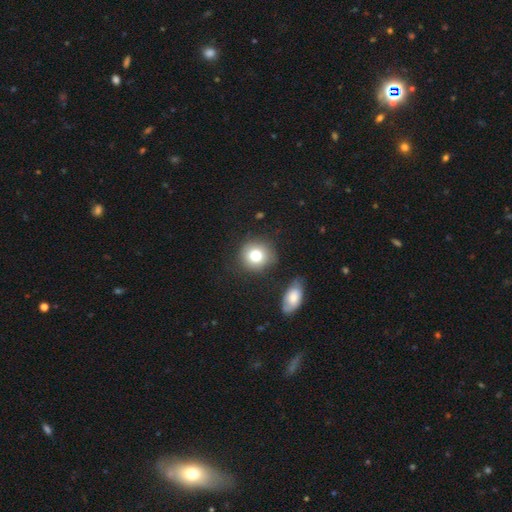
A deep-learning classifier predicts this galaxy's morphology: A smooth galaxy with no disk features (79%) that is round (88%). Merging: none (80%).